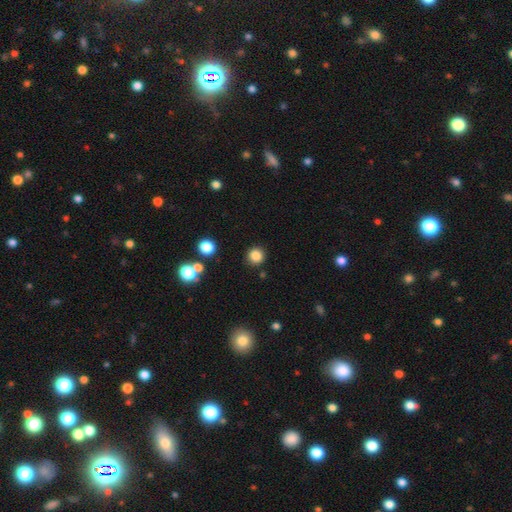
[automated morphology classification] This appears to be a smooth galaxy with no disk features (83%) that is round (94%). Merging: none (89%).